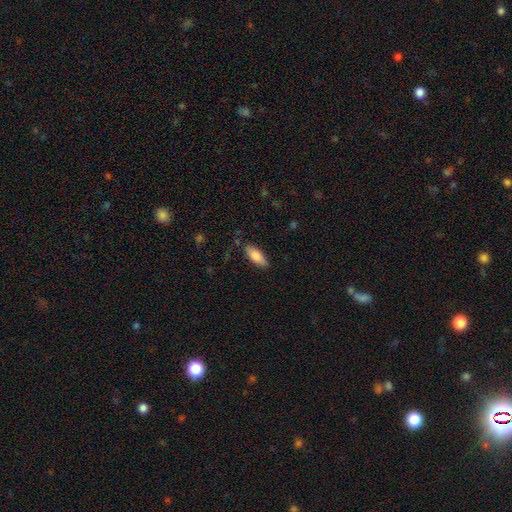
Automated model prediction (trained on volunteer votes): A smooth galaxy with no disk features (83%) that is in between round and cigar-shaped (74%).

Vote fractions:
- Smooth or featured? smooth: 83% / featured or disk: 11% / star or artifact: 6%
- How rounded? in between: 74% / cigar-shaped: 24% / round: 2%
- Merging? none: 81% / minor disturbance: 15% / major disturbance: 3% / merger: 2%